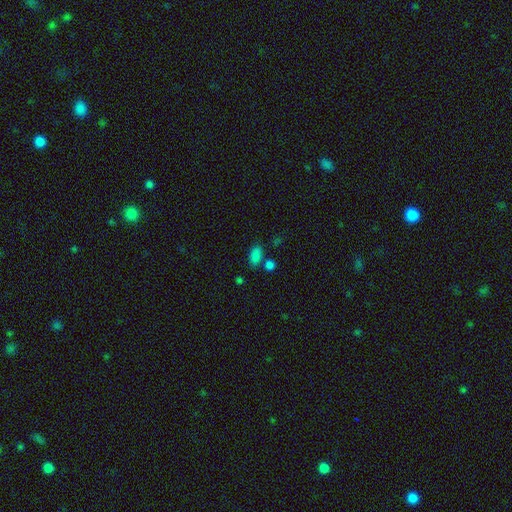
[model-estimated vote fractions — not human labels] This is clearly a smooth galaxy (82%). How rounded: clearly in between (88%). Merging: likely none (66%).